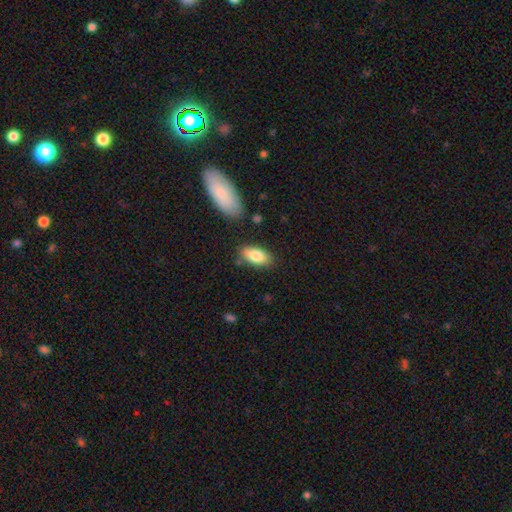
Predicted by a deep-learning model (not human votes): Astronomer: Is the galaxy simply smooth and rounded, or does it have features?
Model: smooth — 81%.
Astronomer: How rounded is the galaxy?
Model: in between — 90%.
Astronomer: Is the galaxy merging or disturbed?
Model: none — 79%.